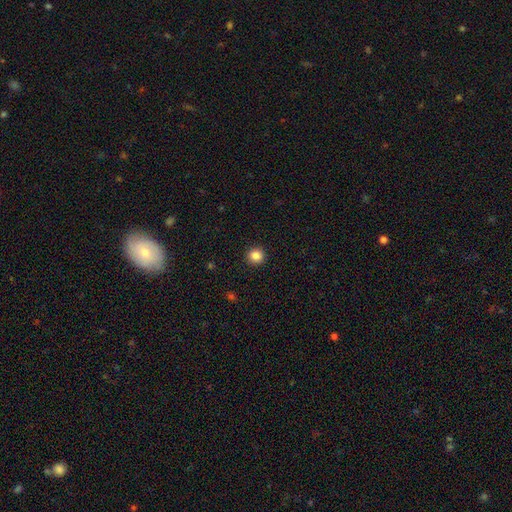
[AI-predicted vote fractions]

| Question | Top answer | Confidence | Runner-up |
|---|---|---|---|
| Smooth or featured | smooth | 85% | star or artifact (11%) |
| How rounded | round | 94% | in between (5%) |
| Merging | none | 93% | minor disturbance (5%) |